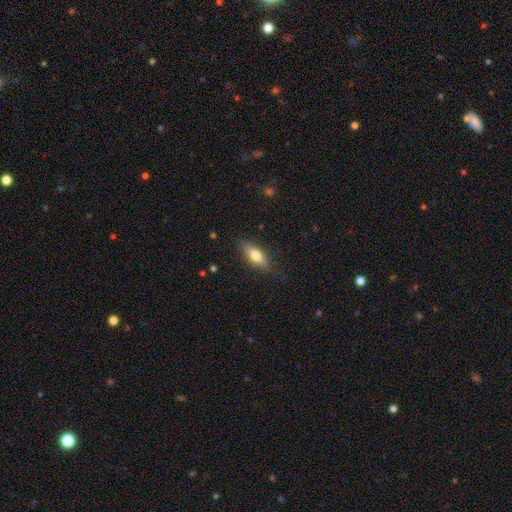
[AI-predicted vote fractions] Morphology: type=smooth (58%); roundness=in between (58%); merging=none (83%).